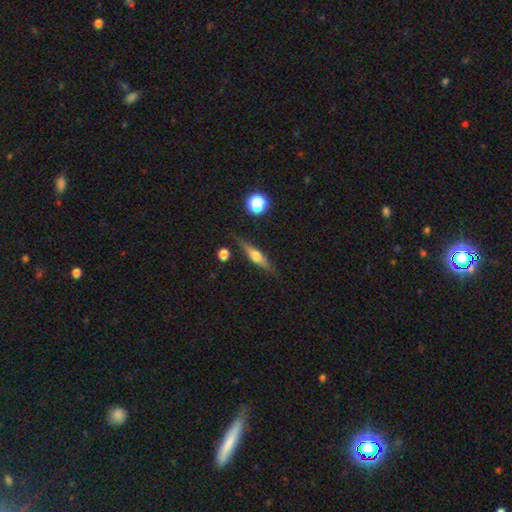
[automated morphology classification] Smooth or featured: featured or disk — 59% (smooth — 33%)
Edge-on disk: yes — 95% (no — 5%)
Edge-on bulge: rounded — 88% (boxy — 8%)
Merging: none — 82% (minor disturbance — 12%)